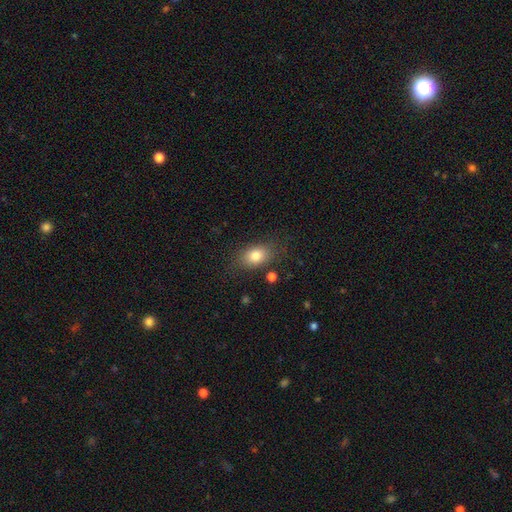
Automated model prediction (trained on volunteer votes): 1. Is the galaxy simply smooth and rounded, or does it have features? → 80% smooth, 11% featured or disk, 9% star or artifact.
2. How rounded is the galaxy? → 79% in between, 19% round, 2% cigar-shaped.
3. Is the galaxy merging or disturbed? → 79% none, 14% minor disturbance, 5% major disturbance, 3% merger.